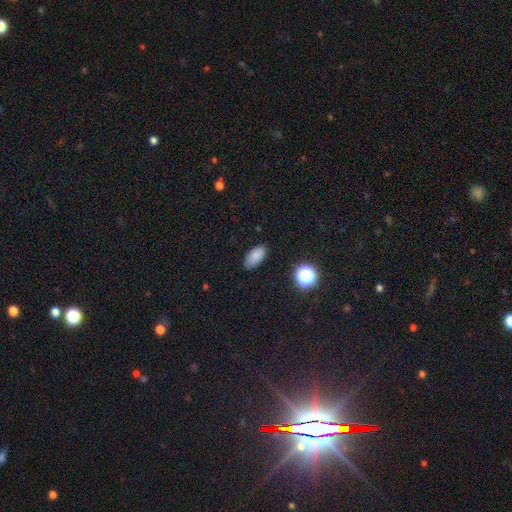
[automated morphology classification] smooth-or-featured: smooth: 84% | star or artifact: 10% | featured or disk: 5%
  how-rounded: in between: 91% | cigar-shaped: 4% | round: 4%
  merging: none: 85% | minor disturbance: 11% | major disturbance: 3% | merger: 1%